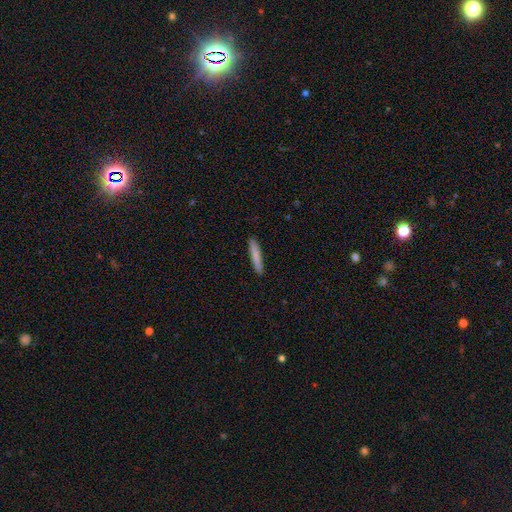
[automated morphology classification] This appears to be a smooth galaxy with no disk features (82%) that is cigar-shaped (94%). Merging: none (91%).